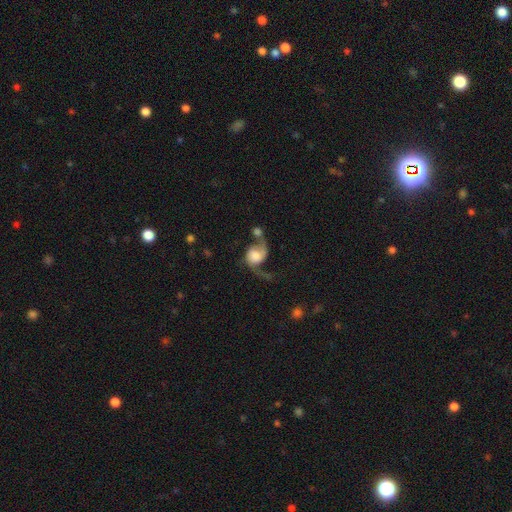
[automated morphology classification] Smooth or featured?
  - featured or disk: 68% *
  - smooth: 25%
  - star or artifact: 7%
Edge-on disk?
  - no: 97% *
  - yes: 3%
Bar?
  - no: 69% *
  - weak: 26%
  - strong: 5%
Spiral arms?
  - yes: 90% *
  - no: 10%
Spiral winding?
  - loose: 69% *
  - medium: 25%
  - tight: 7%
Spiral arm count?
  - 2: 70% *
  - 1: 23%
  - can't tell: 4%
  - 3: 2%
  - 4: 1%
  - more than 4: 1%
Bulge size?
  - moderate: 36% *
  - large: 28%
  - small: 19%
  - none: 9%
  - dominant: 8%
Merging?
  - merger: 31% *
  - none: 28%
  - major disturbance: 26%
  - minor disturbance: 14%